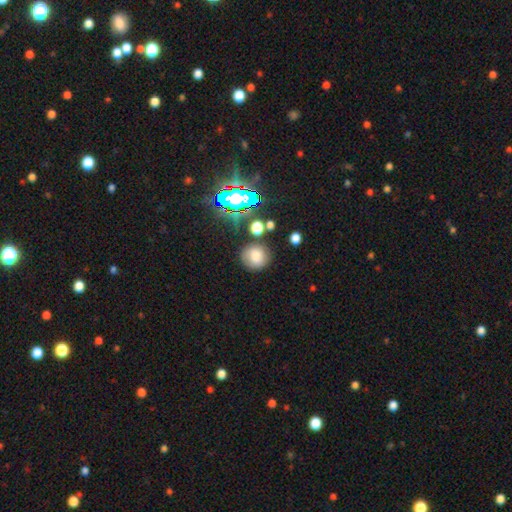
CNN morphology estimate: Smooth or featured?
  - smooth: 70% *
  - star or artifact: 17%
  - featured or disk: 13%
How rounded?
  - round: 90% *
  - in between: 9%
  - cigar-shaped: 1%
Merging?
  - none: 80% *
  - minor disturbance: 11%
  - merger: 5%
  - major disturbance: 4%